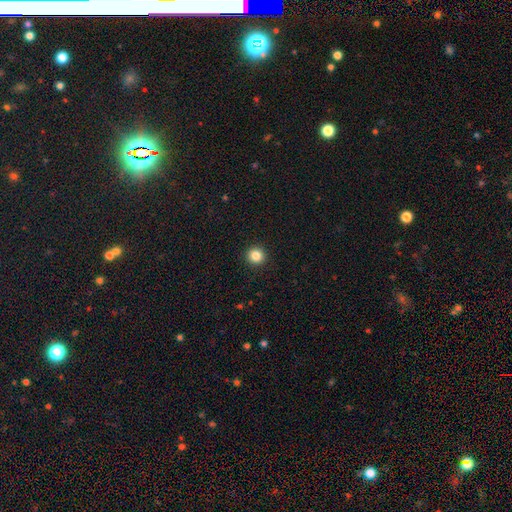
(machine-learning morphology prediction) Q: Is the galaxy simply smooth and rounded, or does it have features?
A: smooth — 84%.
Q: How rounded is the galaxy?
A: round — 94%.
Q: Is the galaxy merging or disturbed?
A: none — 93%.